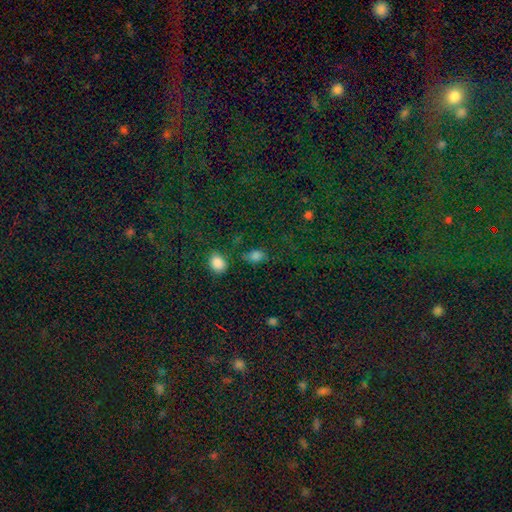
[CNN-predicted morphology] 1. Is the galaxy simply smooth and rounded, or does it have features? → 76% smooth, 17% star or artifact, 6% featured or disk.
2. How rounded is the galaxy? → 73% in between, 25% round, 2% cigar-shaped.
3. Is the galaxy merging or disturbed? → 63% none, 21% minor disturbance, 8% major disturbance, 8% merger.